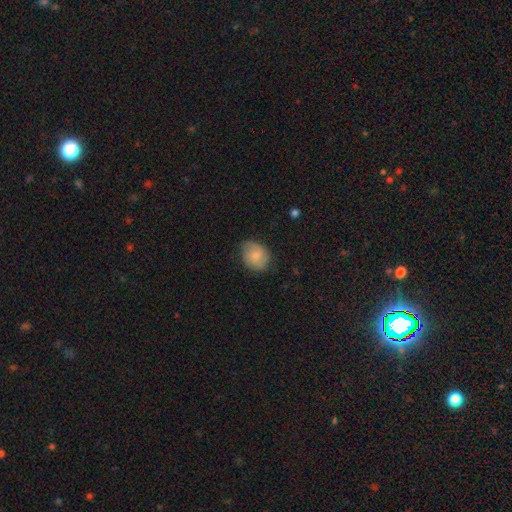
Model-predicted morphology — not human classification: smooth-or-featured: smooth: 77% | featured or disk: 16% | star or artifact: 7%
  how-rounded: in between: 50% | round: 49% | cigar-shaped: 1%
  merging: none: 68% | minor disturbance: 26% | major disturbance: 5% | merger: 1%